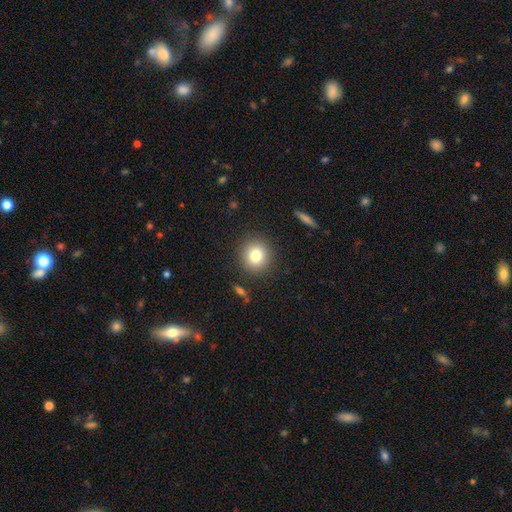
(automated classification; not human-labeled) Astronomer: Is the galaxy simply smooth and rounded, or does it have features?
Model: smooth — 80%.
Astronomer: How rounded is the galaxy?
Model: round — 91%.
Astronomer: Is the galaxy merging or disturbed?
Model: none — 89%.